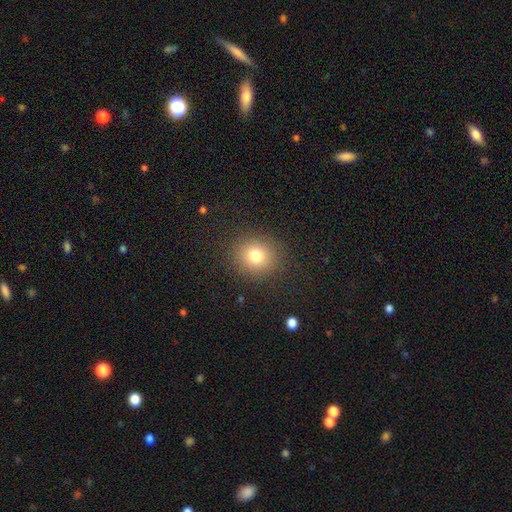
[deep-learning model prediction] Smooth or featured? Predicted: smooth (p=0.78). How rounded? Predicted: round (p=0.85). Merging? Predicted: none (p=0.89).